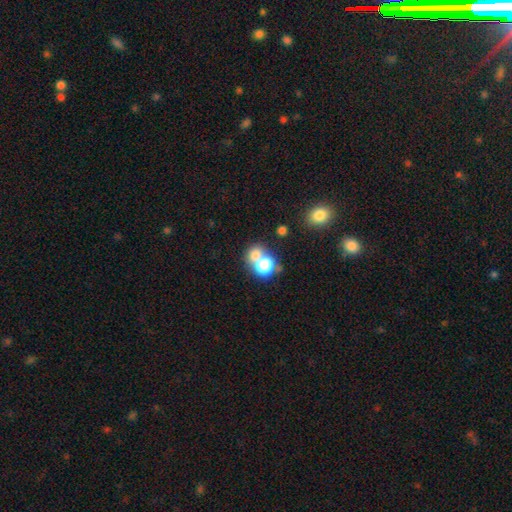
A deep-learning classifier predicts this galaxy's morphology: Q: Smooth or featured?
A: smooth (71%); runner-up: star or artifact (15%)
Q: How rounded?
A: round (68%); runner-up: in between (31%)
Q: Merging?
A: merger (54%); runner-up: none (35%)